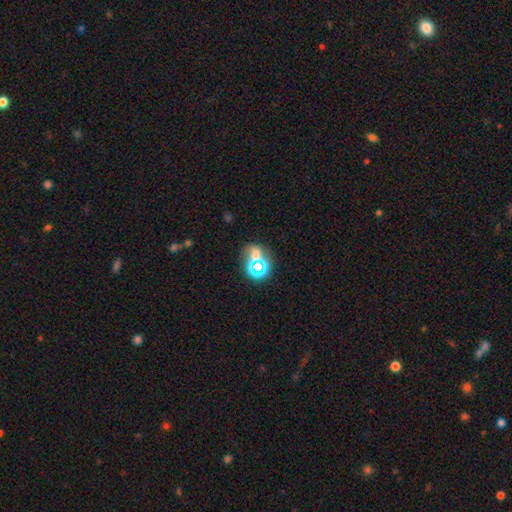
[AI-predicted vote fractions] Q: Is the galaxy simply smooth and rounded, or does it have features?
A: star or artifact — 45%.